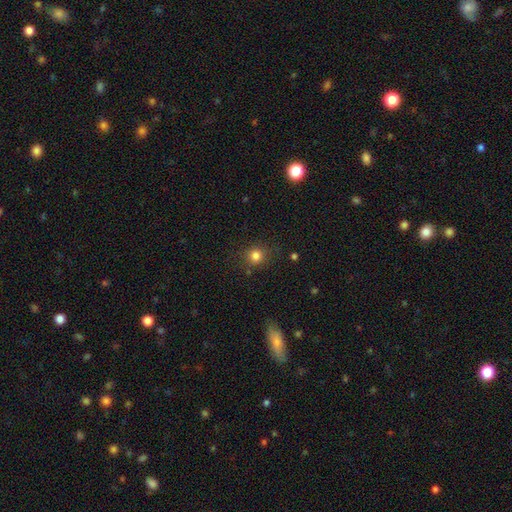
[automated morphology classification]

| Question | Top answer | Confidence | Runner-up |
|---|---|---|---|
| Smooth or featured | smooth | 82% | star or artifact (13%) |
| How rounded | round | 89% | in between (10%) |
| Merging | none | 84% | minor disturbance (10%) |